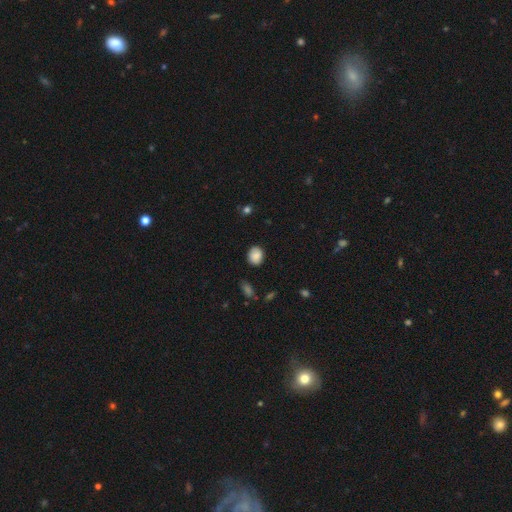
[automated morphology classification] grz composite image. It shows a smooth galaxy with no disk features (86%) that is round (55%). Merging: none (84%).